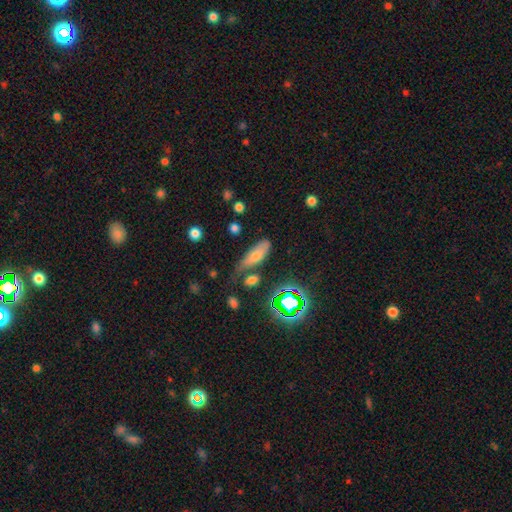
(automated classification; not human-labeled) smooth 61%, featured or disk 20%, star or artifact 19%. Down the decision tree: how rounded — in between (57%); merging — none (53%).